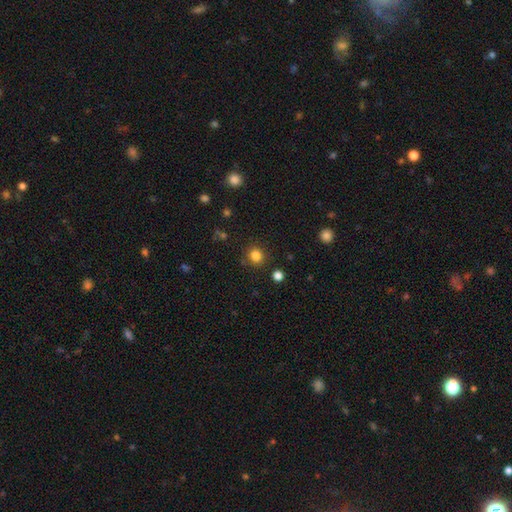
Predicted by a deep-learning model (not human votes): The model was most divided on "smooth or featured": smooth: 83%, star or artifact: 13%, featured or disk: 4%. More confident: how rounded — round (86%); merging — none (86%).